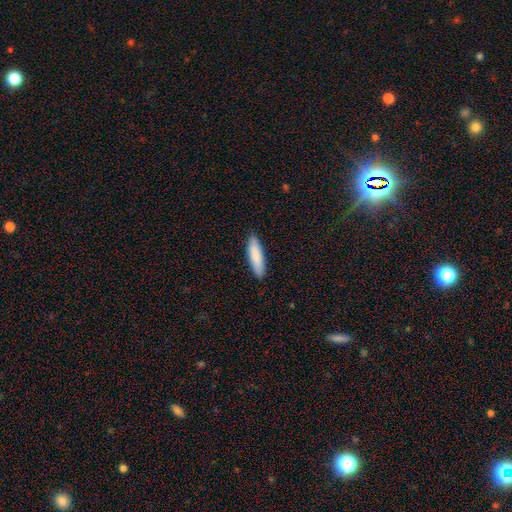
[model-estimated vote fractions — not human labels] This is clearly a smooth galaxy (86%). How rounded: likely cigar-shaped (62%). Merging: clearly none (89%).